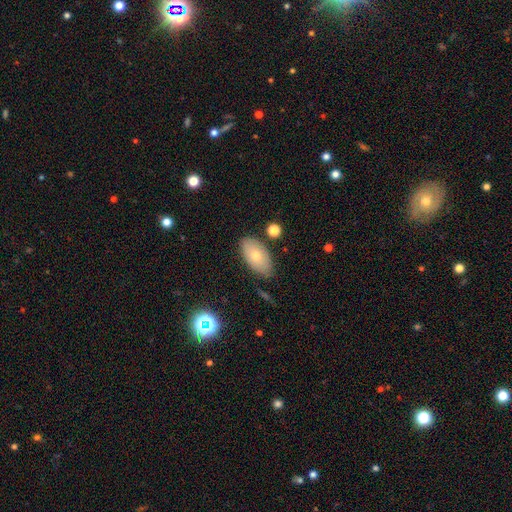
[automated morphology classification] smooth-or-featured: smooth: 71% | featured or disk: 21% | star or artifact: 7%
  how-rounded: in between: 93% | round: 5% | cigar-shaped: 2%
  merging: none: 78% | minor disturbance: 15% | merger: 3% | major disturbance: 3%